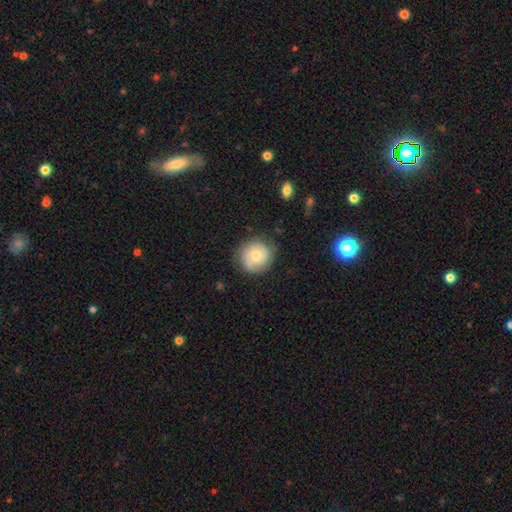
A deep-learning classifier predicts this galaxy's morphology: This is likely a smooth galaxy (71%). How rounded: clearly round (90%). Merging: likely none (79%).